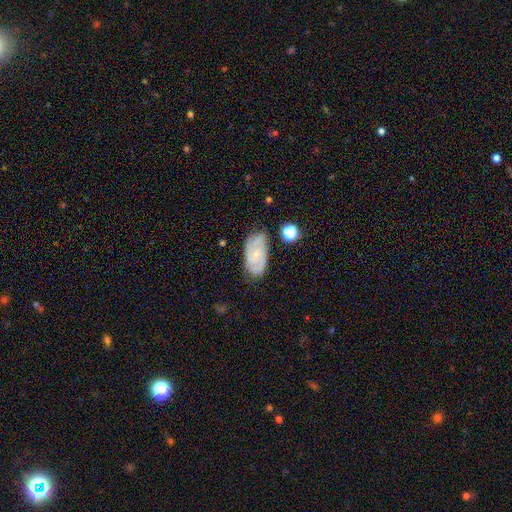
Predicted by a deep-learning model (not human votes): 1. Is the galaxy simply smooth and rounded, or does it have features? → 65% featured or disk, 28% smooth, 7% star or artifact.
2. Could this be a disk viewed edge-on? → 96% no, 4% yes.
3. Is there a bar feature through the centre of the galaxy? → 60% no, 34% weak, 6% strong.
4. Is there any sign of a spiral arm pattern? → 92% yes, 8% no.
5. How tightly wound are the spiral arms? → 46% tight, 41% medium, 13% loose.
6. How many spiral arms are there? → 50% 2, 23% can't tell, 17% 3, 4% 4, 3% 1, 3% more than 4.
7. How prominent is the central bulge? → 70% small, 15% moderate, 14% none, 1% large, 1% dominant.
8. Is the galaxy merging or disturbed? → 71% none, 20% minor disturbance, 5% major disturbance, 3% merger.